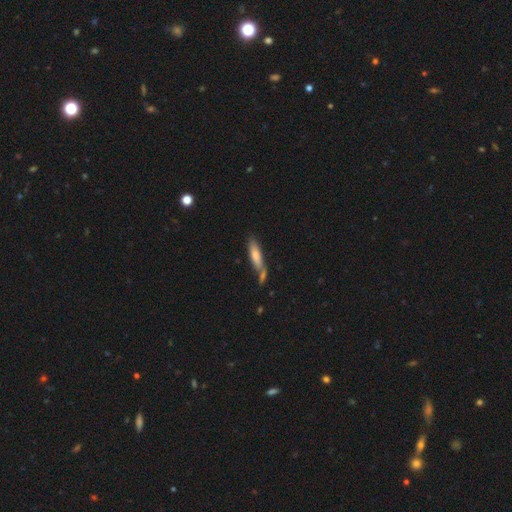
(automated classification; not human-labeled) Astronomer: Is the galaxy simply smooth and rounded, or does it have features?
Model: smooth — 71%.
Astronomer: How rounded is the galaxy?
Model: cigar-shaped — 64%.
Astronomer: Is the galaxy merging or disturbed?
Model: none — 53%.